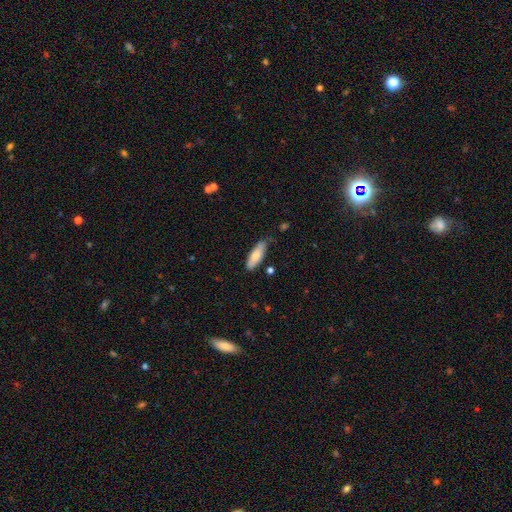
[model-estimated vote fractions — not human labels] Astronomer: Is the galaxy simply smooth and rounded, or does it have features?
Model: smooth — 75%.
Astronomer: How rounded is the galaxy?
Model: in between — 66%.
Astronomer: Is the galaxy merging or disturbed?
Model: none — 73%.